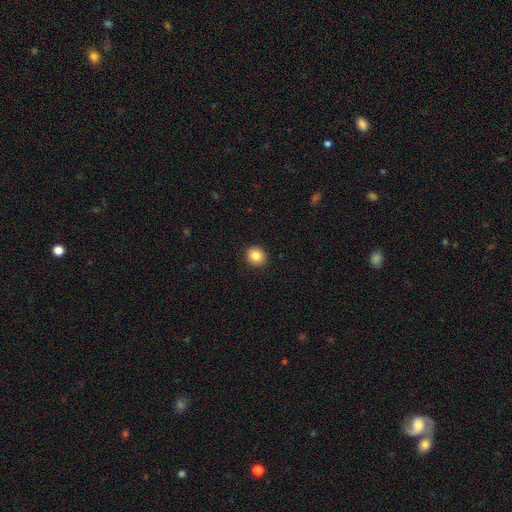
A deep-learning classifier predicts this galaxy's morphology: This appears to be a smooth galaxy with no disk features (85%) that is round (86%). Merging: none (91%).